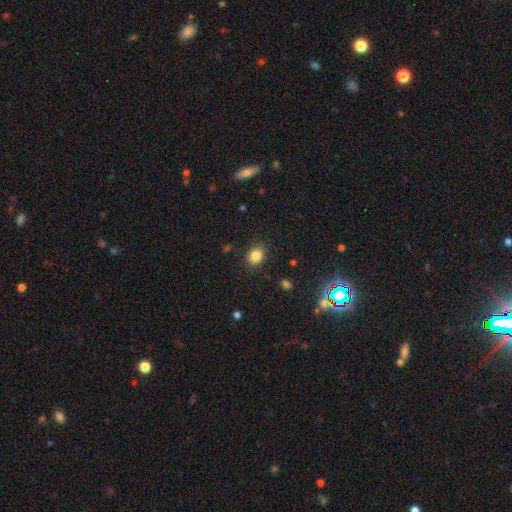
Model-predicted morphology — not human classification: smooth_or_featured: smooth (p=0.84) [alt: star or artifact p=0.11]
how_rounded: in between (p=0.59) [alt: round p=0.40]
merging: none (p=0.83) [alt: minor disturbance p=0.12]